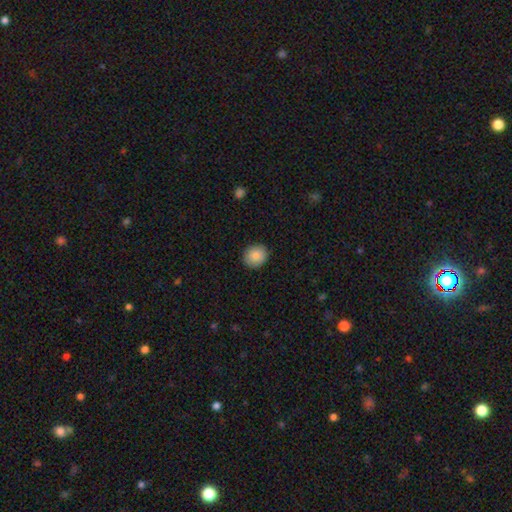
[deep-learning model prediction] smooth-or-featured: smooth: 86% | star or artifact: 8% | featured or disk: 6%
  how-rounded: round: 83% | in between: 16% | cigar-shaped: 1%
  merging: none: 90% | minor disturbance: 7% | major disturbance: 2% | merger: 1%